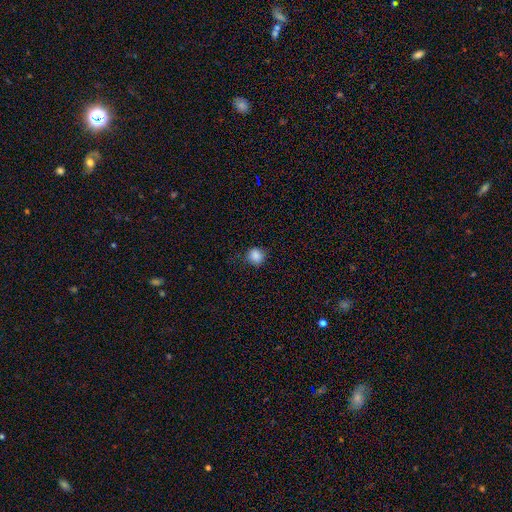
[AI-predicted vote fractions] Smooth or featured? smooth (86%)
How rounded? round (87%)
Merging? none (82%)